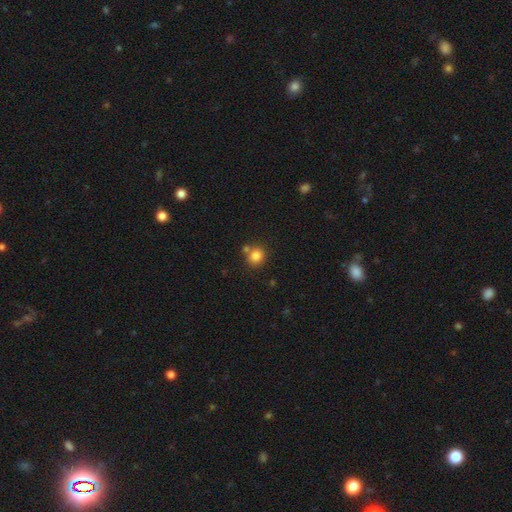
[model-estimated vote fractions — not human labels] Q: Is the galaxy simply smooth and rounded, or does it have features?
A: smooth — 83%.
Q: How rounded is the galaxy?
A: round — 82%.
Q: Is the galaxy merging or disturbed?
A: none — 69%.